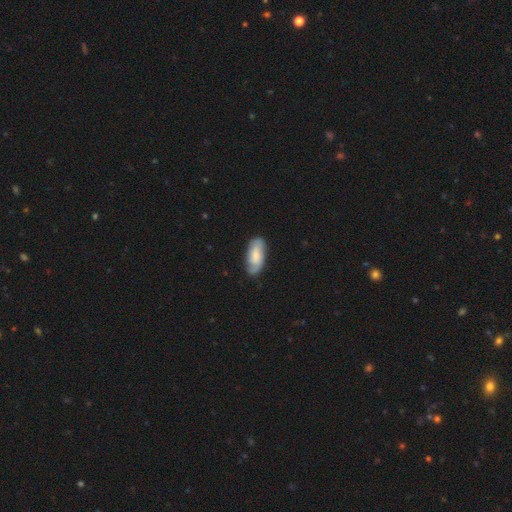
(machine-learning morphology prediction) smooth-or-featured: featured or disk: 53% | smooth: 40% | star or artifact: 6%
  disk-edge-on: no: 93% | yes: 7%
  merging: none: 77% | minor disturbance: 17% | major disturbance: 4% | merger: 1%